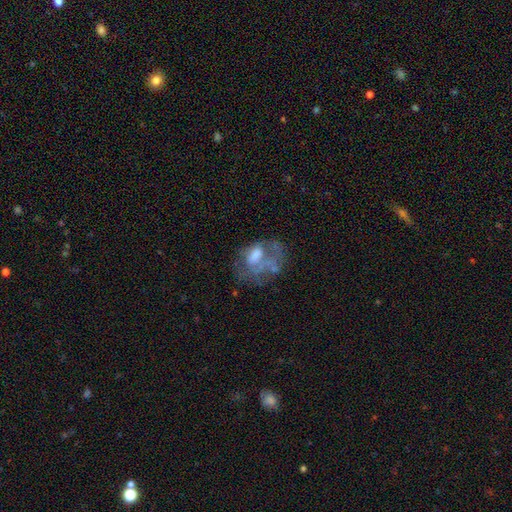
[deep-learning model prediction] This is possibly a featured or disk galaxy (53%). It is clearly not viewed edge-on (97%). Bar: likely no (78%). Spiral arm pattern: clearly no (84%). Central bulge: marginally moderate (36%). Merging: marginally major disturbance (36%).